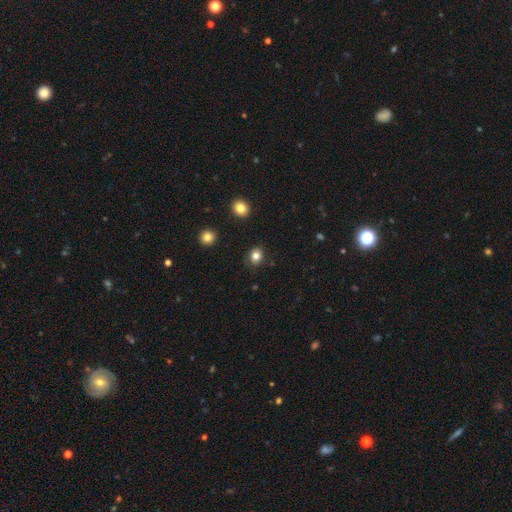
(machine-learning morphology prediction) Smooth or featured? smooth (82%)
How rounded? round (68%)
Merging? none (87%)